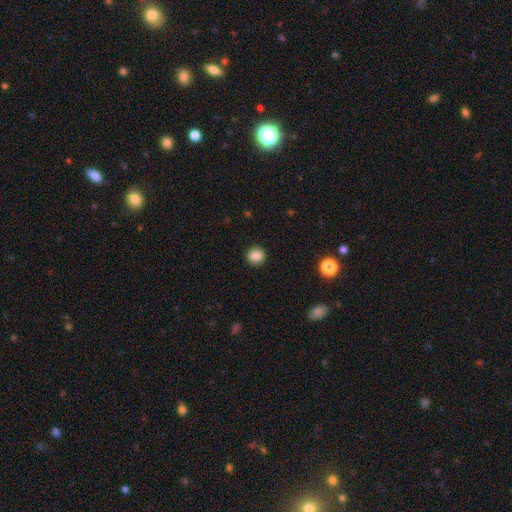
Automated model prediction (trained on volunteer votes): This is clearly a smooth galaxy (86%). How rounded: clearly round (85%). Merging: clearly none (91%).